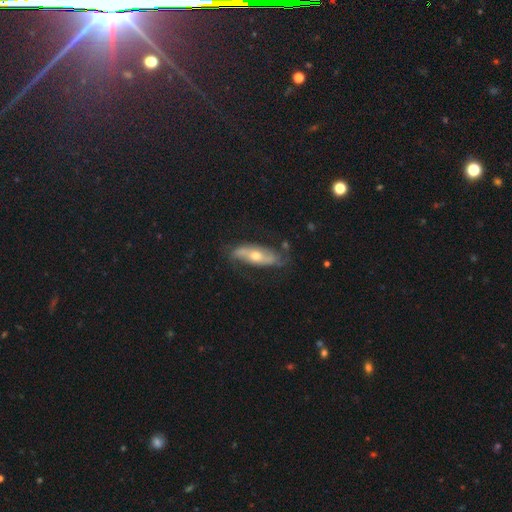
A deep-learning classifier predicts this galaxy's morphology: Smooth or featured?
  - featured or disk: 65% *
  - smooth: 28%
  - star or artifact: 6%
Edge-on disk?
  - no: 70% *
  - yes: 30%
Merging?
  - none: 66% *
  - minor disturbance: 23%
  - major disturbance: 9%
  - merger: 2%